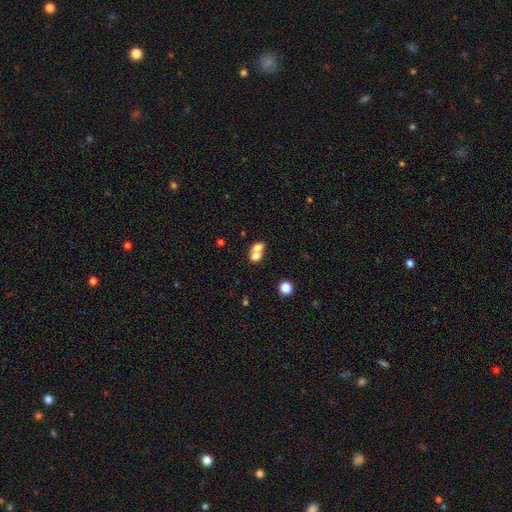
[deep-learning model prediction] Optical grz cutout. It shows a smooth galaxy with no disk features (71%) that is round (53%). Merging: merger (72%).